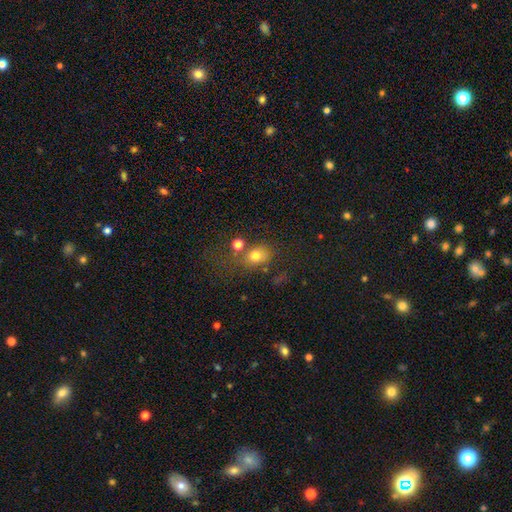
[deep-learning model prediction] smooth_or_featured: smooth (p=0.74) [alt: star or artifact p=0.15]
how_rounded: in between (p=0.52) [alt: round p=0.47]
merging: none (p=0.54) [alt: merger p=0.19]